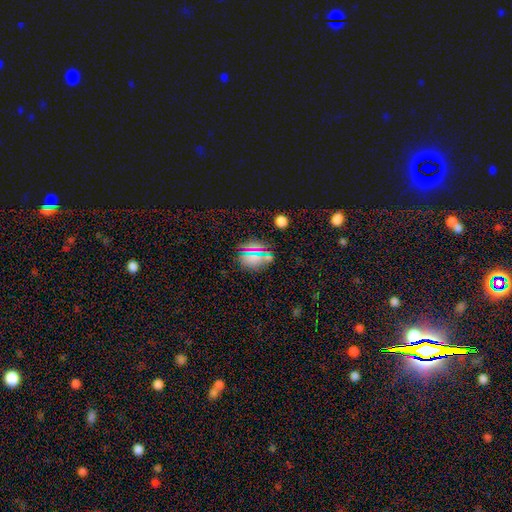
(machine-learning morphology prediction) A smooth galaxy with no disk features (60%) that is round (59%).

Vote fractions:
- Smooth or featured? smooth: 60% / star or artifact: 32% / featured or disk: 8%
- How rounded? round: 59% / in between: 37% / cigar-shaped: 4%
- Merging? none: 80% / minor disturbance: 12% / major disturbance: 5% / merger: 3%